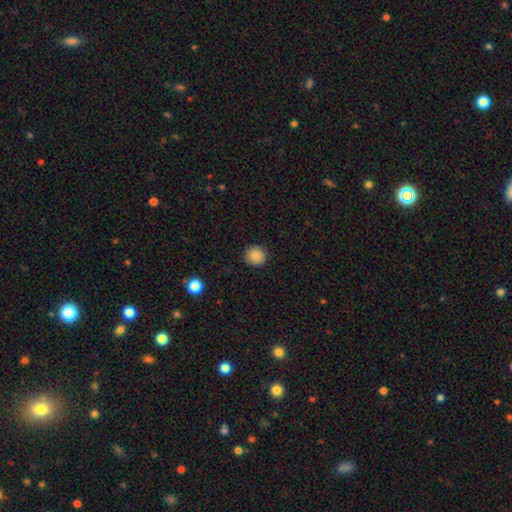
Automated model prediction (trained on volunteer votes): The model was most divided on "smooth or featured": smooth: 87%, star or artifact: 9%, featured or disk: 3%. More confident: merging — none (91%); how rounded — round (90%).